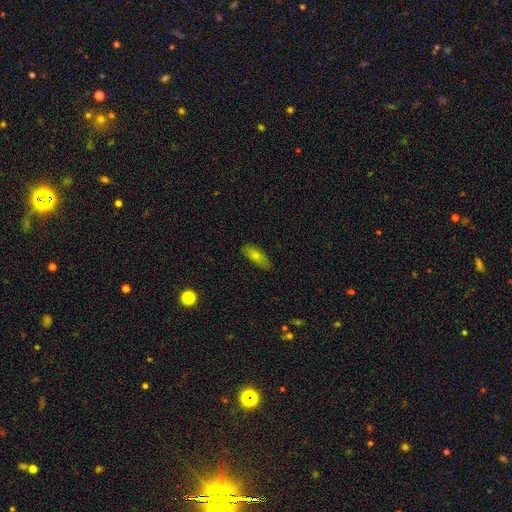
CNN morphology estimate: Overall: smooth (76%). How rounded: in between (73%). Merging: none (81%).